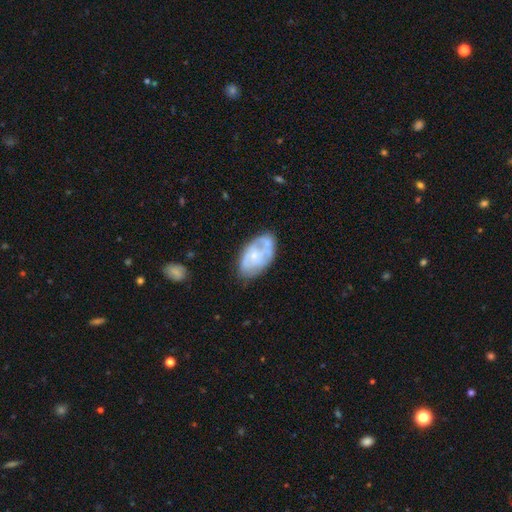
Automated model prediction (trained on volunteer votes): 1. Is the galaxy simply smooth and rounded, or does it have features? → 58% featured or disk, 35% smooth, 6% star or artifact.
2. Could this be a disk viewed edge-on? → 95% no, 5% yes.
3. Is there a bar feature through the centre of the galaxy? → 80% no, 16% weak, 3% strong.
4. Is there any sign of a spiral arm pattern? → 55% no, 45% yes.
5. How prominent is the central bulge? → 62% small, 25% moderate, 10% none, 2% large, 1% dominant.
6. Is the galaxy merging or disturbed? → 53% none, 28% minor disturbance, 11% major disturbance, 7% merger.